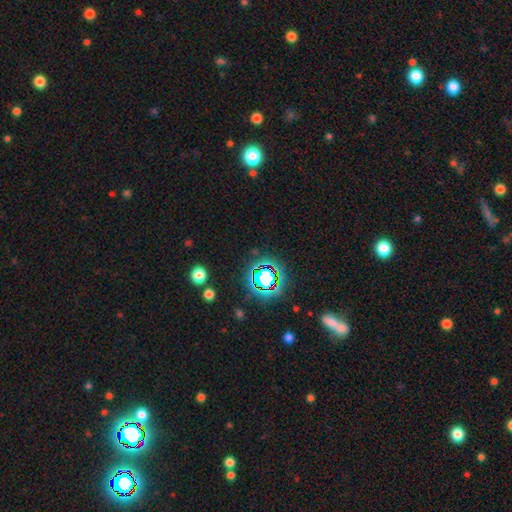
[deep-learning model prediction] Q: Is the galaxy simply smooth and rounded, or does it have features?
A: star or artifact — 74%.